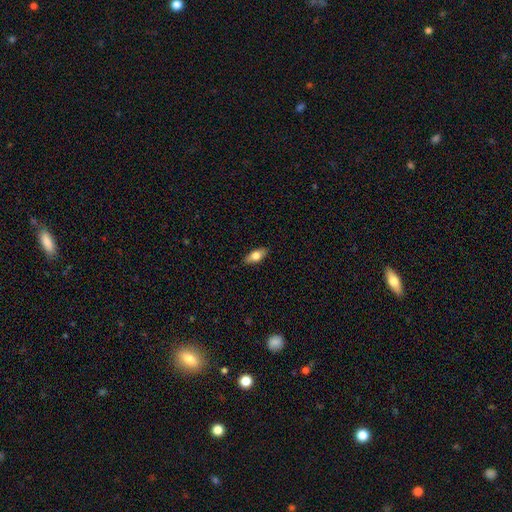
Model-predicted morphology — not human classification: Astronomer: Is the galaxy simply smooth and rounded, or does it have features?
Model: smooth — 71%.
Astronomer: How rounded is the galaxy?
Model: in between — 79%.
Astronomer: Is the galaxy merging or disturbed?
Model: none — 88%.